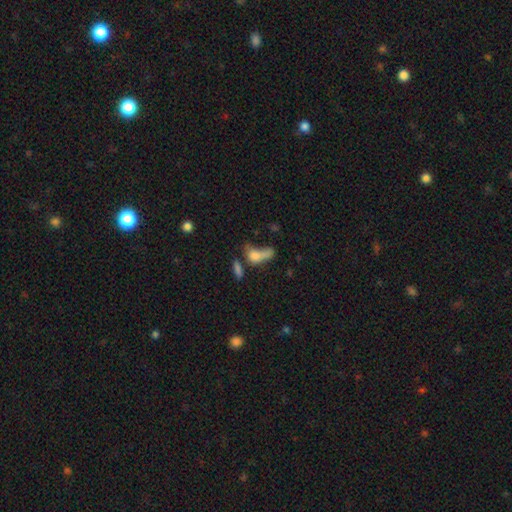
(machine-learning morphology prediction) Q: Smooth or featured?
A: smooth (67%); runner-up: featured or disk (20%)
Q: How rounded?
A: in between (62%); runner-up: cigar-shaped (20%)
Q: Merging?
A: merger (36%); runner-up: major disturbance (27%)